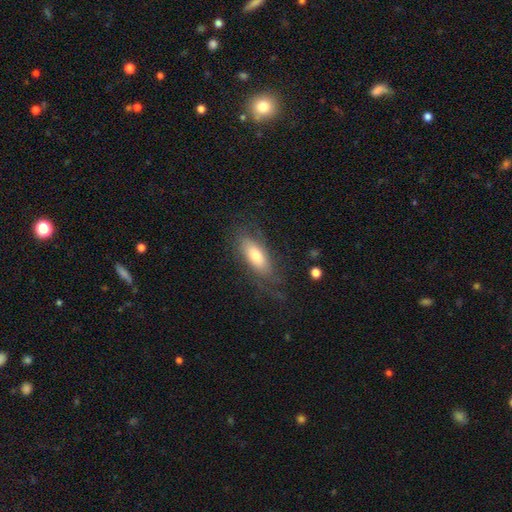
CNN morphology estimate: This is possibly a smooth galaxy (58%). How rounded: likely in between (76%). Merging: likely none (64%).